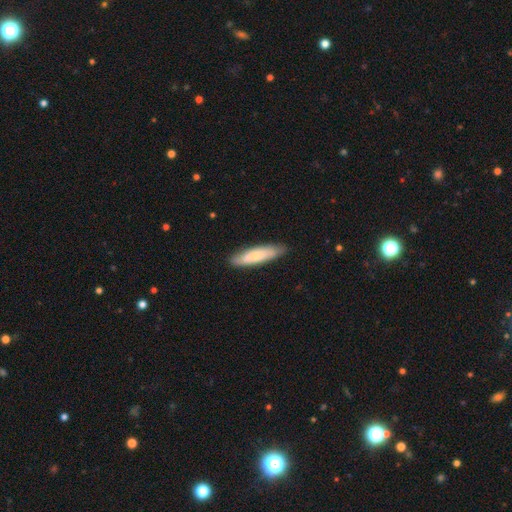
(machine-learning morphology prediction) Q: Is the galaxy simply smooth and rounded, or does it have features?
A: smooth — 60%.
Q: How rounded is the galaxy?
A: cigar-shaped — 69%.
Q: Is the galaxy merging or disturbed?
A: none — 83%.